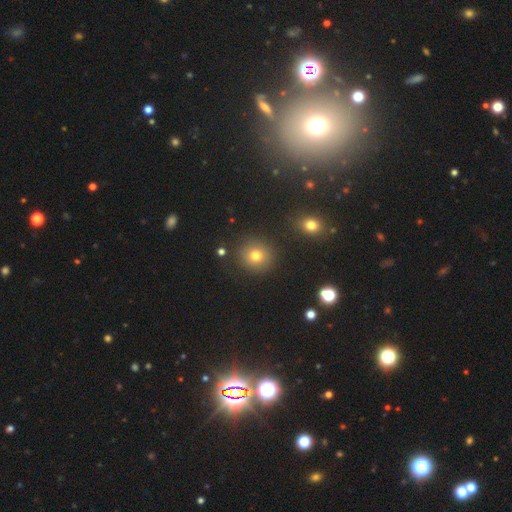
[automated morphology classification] Smooth or featured?
  - smooth: 74% *
  - star or artifact: 17%
  - featured or disk: 9%
How rounded?
  - round: 91% *
  - in between: 8%
  - cigar-shaped: 1%
Merging?
  - none: 88% *
  - minor disturbance: 7%
  - merger: 3%
  - major disturbance: 3%